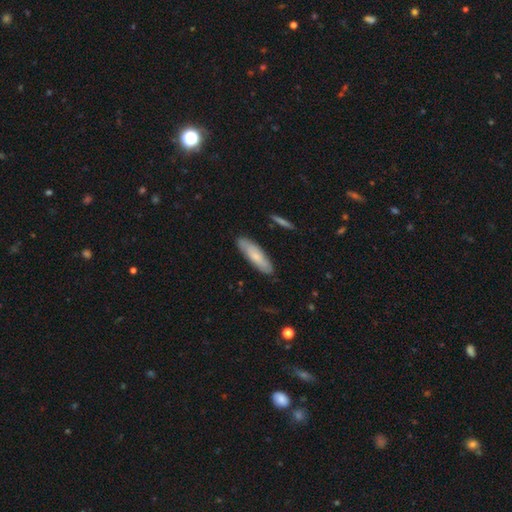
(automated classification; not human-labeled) A smooth galaxy with no disk features (68%) that is cigar-shaped (60%).

Vote fractions:
- Smooth or featured? smooth: 68% / featured or disk: 26% / star or artifact: 6%
- How rounded? cigar-shaped: 60% / in between: 38% / round: 2%
- Merging? none: 85% / minor disturbance: 12% / major disturbance: 2% / merger: 2%